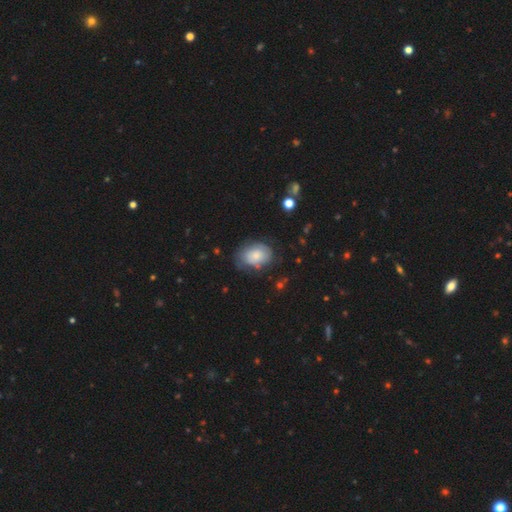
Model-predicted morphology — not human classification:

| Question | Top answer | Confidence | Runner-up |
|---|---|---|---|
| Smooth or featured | smooth | 68% | featured or disk (24%) |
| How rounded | in between | 72% | round (27%) |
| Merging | none | 60% | minor disturbance (27%) |